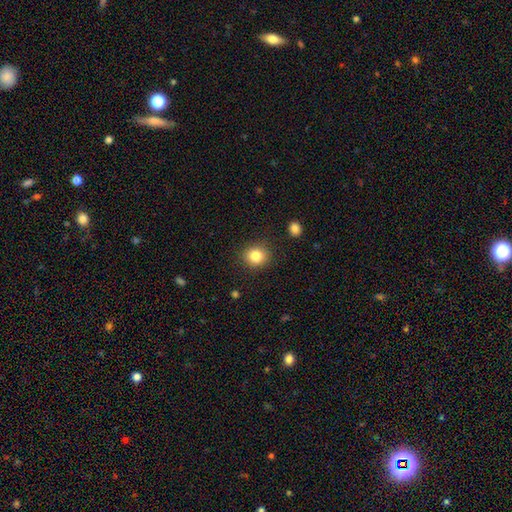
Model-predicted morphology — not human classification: Q: Smooth or featured?
A: smooth (83%); runner-up: star or artifact (11%)
Q: How rounded?
A: round (84%); runner-up: in between (15%)
Q: Merging?
A: none (88%); runner-up: minor disturbance (8%)